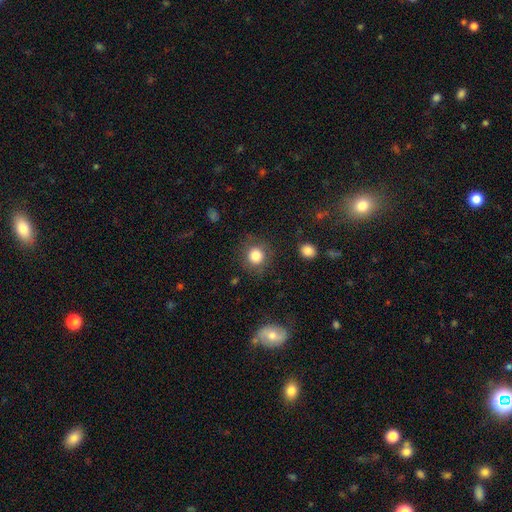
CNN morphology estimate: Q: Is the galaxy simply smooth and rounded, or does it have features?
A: smooth — 83%.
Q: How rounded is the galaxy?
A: round — 89%.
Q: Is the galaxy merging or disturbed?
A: none — 83%.